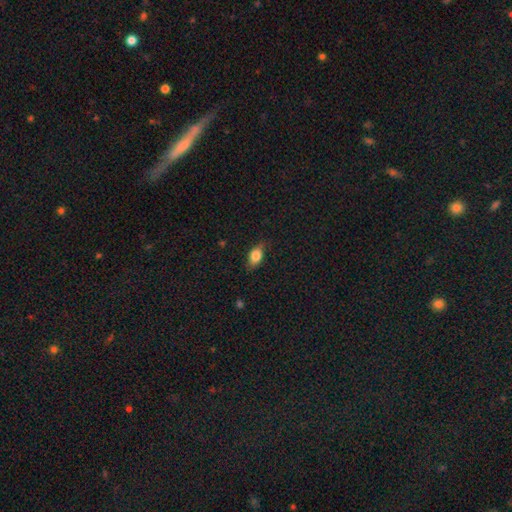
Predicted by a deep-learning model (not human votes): Smooth or featured?
  - smooth: 78% *
  - featured or disk: 14%
  - star or artifact: 8%
How rounded?
  - in between: 81% *
  - round: 12%
  - cigar-shaped: 7%
Merging?
  - none: 78% *
  - minor disturbance: 18%
  - major disturbance: 4%
  - merger: 1%